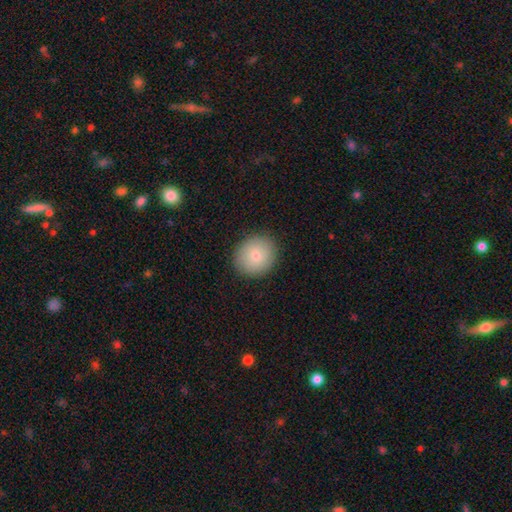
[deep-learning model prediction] A smooth galaxy with no disk features (79%) that is round (77%). Merging: none (89%).